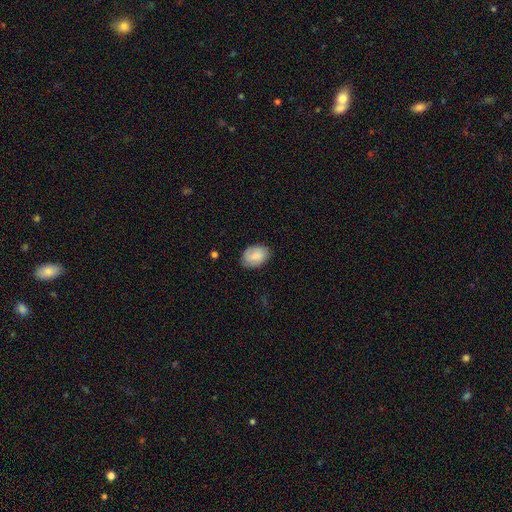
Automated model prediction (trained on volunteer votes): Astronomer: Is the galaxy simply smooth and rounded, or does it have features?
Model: smooth — 79%.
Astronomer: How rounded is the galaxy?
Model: in between — 83%.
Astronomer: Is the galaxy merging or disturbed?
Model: none — 77%.